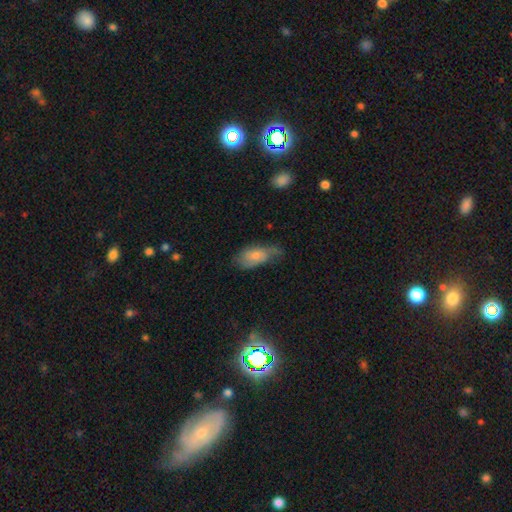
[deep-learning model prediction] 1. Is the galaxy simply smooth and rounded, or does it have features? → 61% smooth, 32% featured or disk, 7% star or artifact.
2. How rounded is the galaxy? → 87% in between, 9% cigar-shaped, 3% round.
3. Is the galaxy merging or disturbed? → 48% none, 36% minor disturbance, 15% major disturbance, 2% merger.